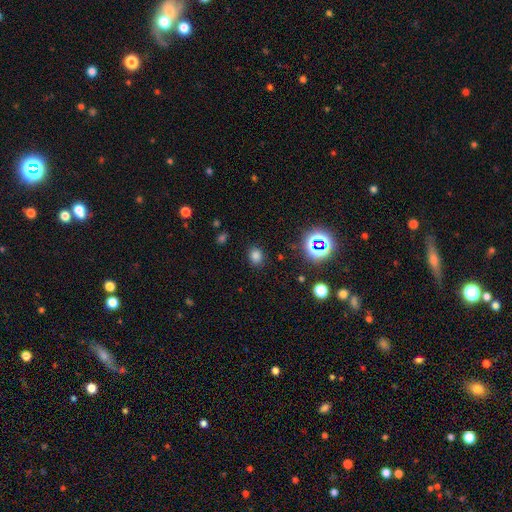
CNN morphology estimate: Smooth or featured? smooth (75%)
How rounded? round (58%)
Merging? none (86%)